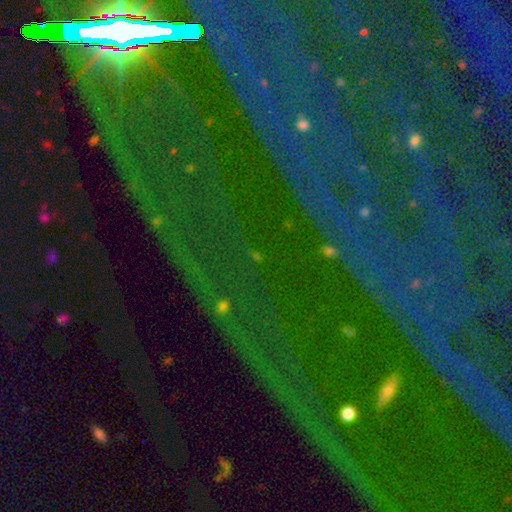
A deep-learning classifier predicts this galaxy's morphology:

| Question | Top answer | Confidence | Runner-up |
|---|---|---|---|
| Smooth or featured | star or artifact | 80% | featured or disk (11%) |